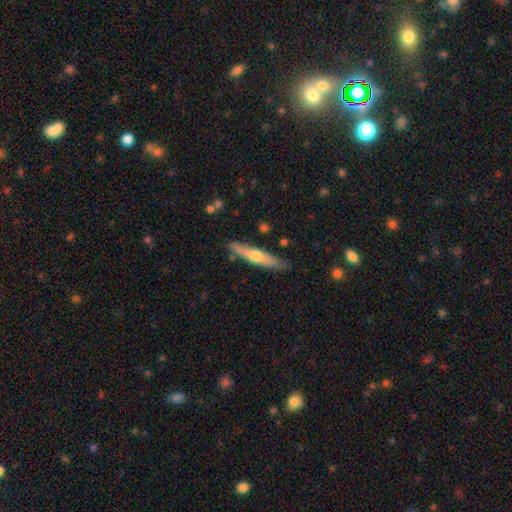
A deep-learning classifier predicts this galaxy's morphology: A featured or disk galaxy (47%, tied with smooth). Merging: none (83%).